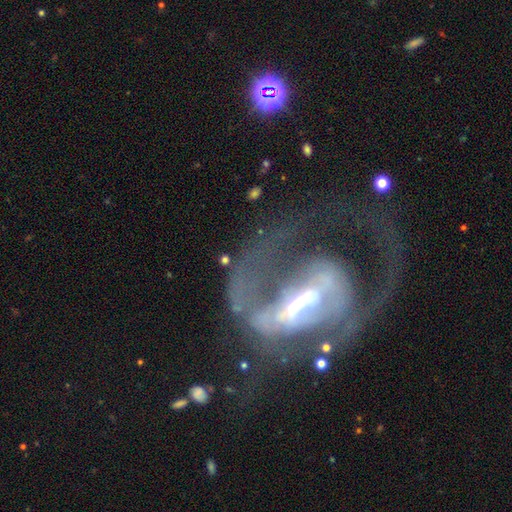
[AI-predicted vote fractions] Smooth or featured? featured or disk (84%)
Edge-on disk? no (94%)
Bar? strong (56%)
Spiral arms? yes (79%)
Spiral winding? medium (44%)
Spiral arm count? 2 (51%)
Bulge size? moderate (46%)
Merging? major disturbance (48%)